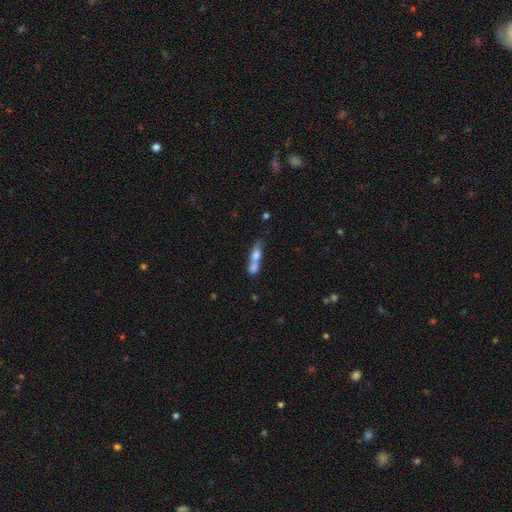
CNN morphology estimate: Smooth or featured?
  - smooth: 60% *
  - featured or disk: 32%
  - star or artifact: 9%
How rounded?
  - cigar-shaped: 49% *
  - in between: 41%
  - round: 10%
Merging?
  - merger: 64% *
  - none: 22%
  - minor disturbance: 9%
  - major disturbance: 6%